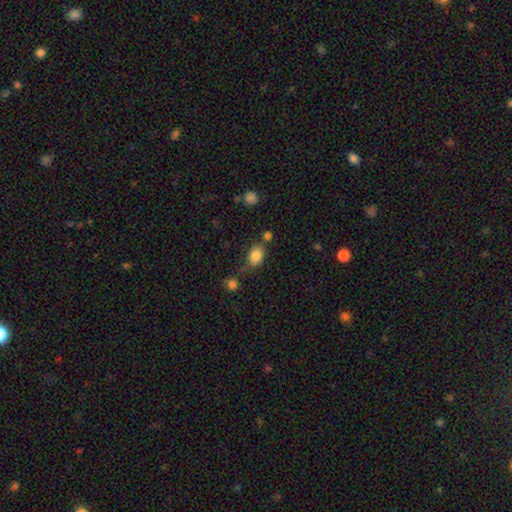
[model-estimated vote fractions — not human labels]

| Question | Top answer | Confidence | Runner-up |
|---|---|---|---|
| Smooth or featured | smooth | 84% | star or artifact (9%) |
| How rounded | in between | 83% | round (16%) |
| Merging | none | 66% | minor disturbance (17%) |